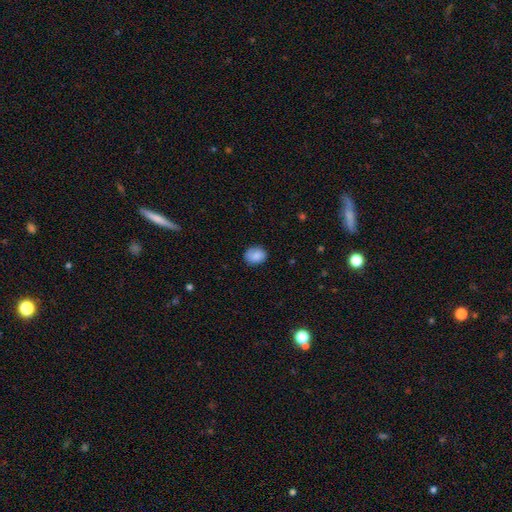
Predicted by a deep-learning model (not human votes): The model was most divided on "how rounded": round: 53%, in between: 46%, cigar-shaped: 1%. More confident: smooth or featured — smooth (85%); merging — none (81%).